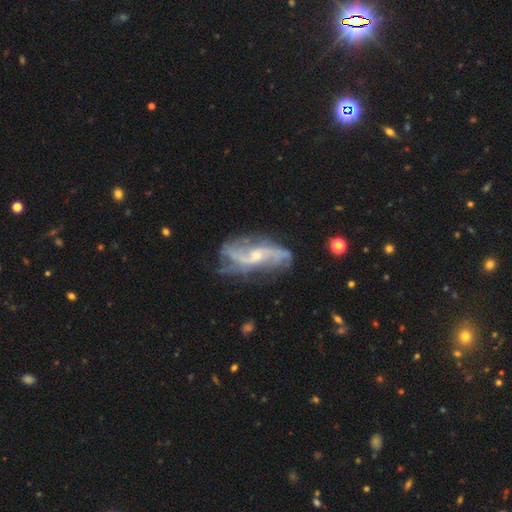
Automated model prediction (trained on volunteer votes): Smooth or featured? Predicted: featured or disk (p=0.84). Edge-on disk? Predicted: no (p=0.91). Bar? Predicted: no (p=0.47). Spiral arms? Predicted: yes (p=0.92). Spiral winding? Predicted: loose (p=0.62). Spiral arm count? Predicted: 2 (p=0.65). Bulge size? Predicted: small (p=0.56). Merging? Predicted: none (p=0.63).